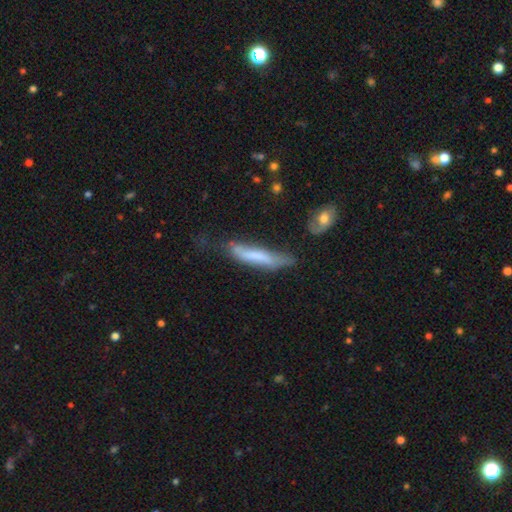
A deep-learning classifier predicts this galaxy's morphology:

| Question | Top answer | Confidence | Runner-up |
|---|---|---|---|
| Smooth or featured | smooth | 60% | featured or disk (33%) |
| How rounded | cigar-shaped | 87% | in between (12%) |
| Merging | none | 43% | minor disturbance (33%) |